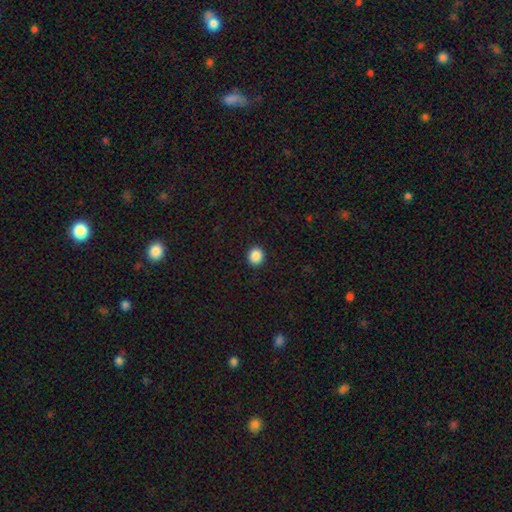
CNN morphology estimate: This appears to be a smooth galaxy with no disk features (88%) that is round (83%). Merging: none (92%).